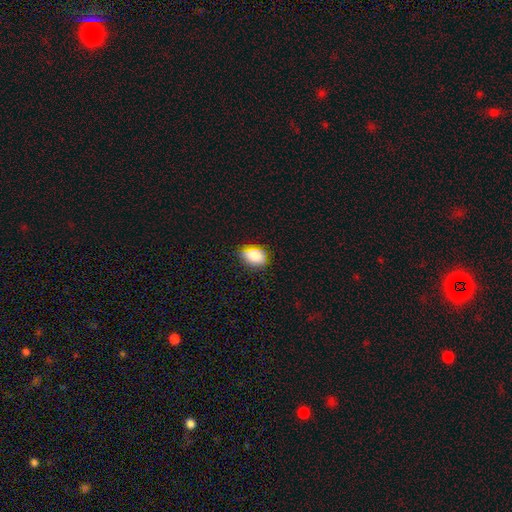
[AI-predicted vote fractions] This is likely a smooth galaxy (80%). How rounded: likely in between (75%). Merging: likely none (80%).